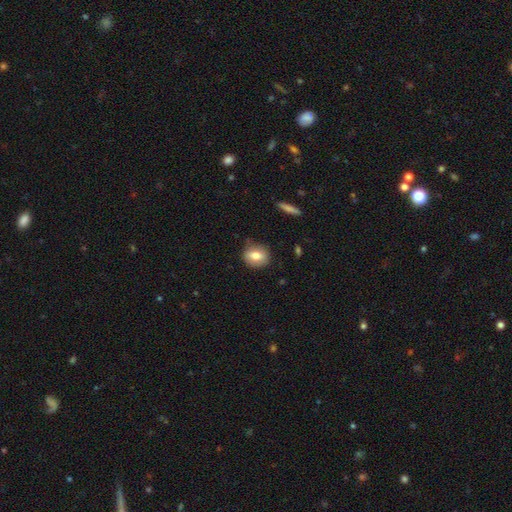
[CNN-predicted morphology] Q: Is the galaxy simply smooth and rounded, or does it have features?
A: smooth — 76%.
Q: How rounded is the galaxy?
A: round — 55%.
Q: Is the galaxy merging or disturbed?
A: none — 79%.